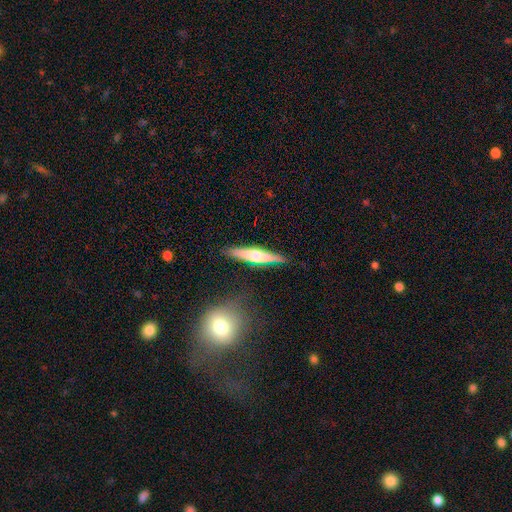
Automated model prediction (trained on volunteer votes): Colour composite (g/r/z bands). It shows a featured or disk galaxy (56%) viewed edge-on (94%) with a rounded central bulge (76%). Merging: none (83%).